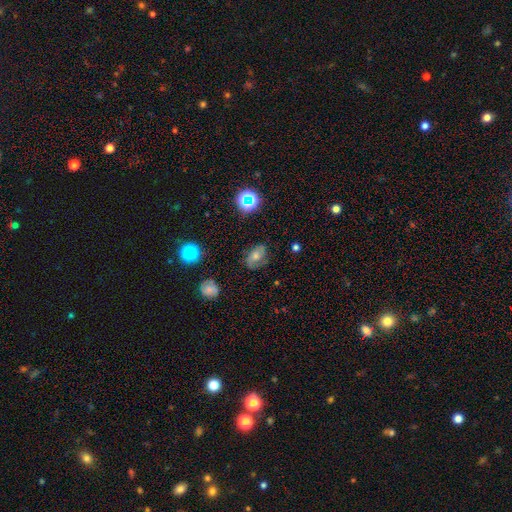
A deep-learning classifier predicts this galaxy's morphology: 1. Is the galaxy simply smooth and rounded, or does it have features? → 43% smooth, 39% featured or disk, 17% star or artifact.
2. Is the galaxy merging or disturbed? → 66% none, 23% minor disturbance, 9% major disturbance, 2% merger.